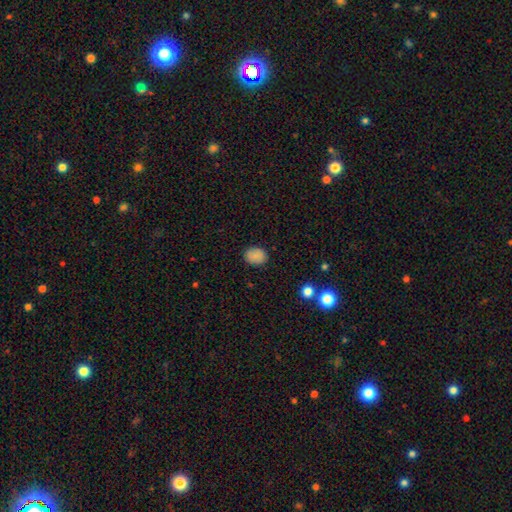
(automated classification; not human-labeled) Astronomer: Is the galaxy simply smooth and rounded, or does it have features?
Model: smooth — 85%.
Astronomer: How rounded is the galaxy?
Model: in between — 57% (runner-up: round, 42%).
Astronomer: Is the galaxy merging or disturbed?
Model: none — 88%.